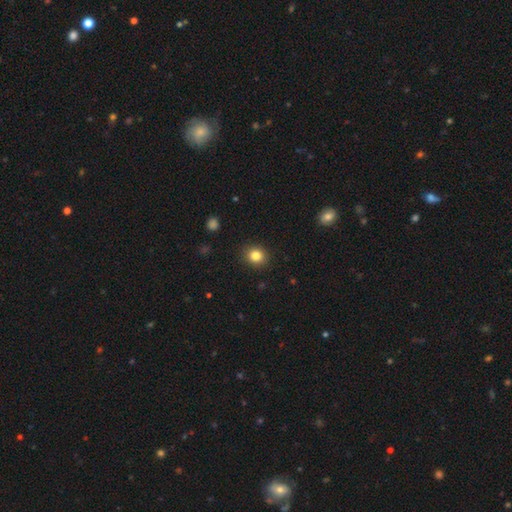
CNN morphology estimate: Smooth or featured? smooth (83%)
How rounded? round (77%)
Merging? none (90%)